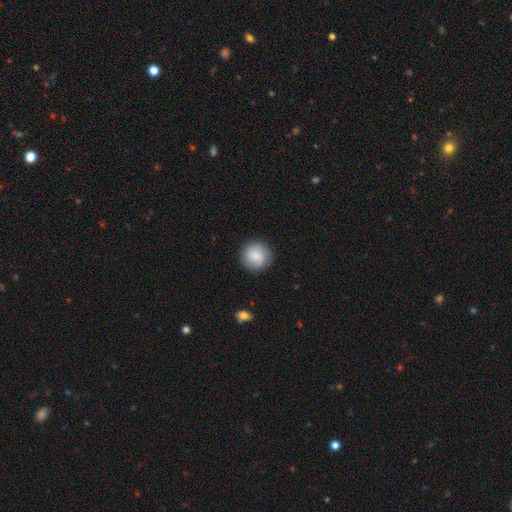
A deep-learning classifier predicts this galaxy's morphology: Smooth or featured? smooth (82%)
How rounded? round (94%)
Merging? none (90%)